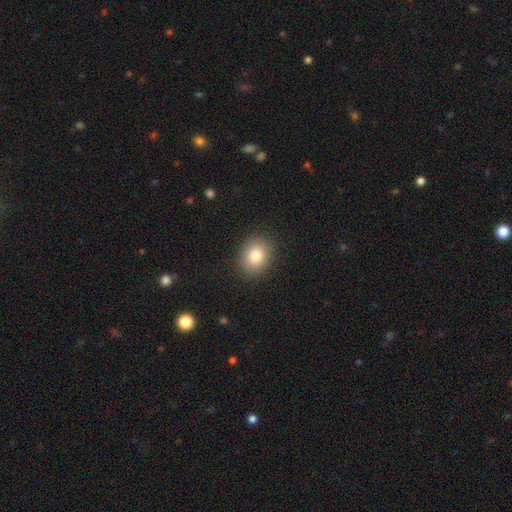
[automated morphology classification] Overall: smooth (84%). How rounded: round (51%; in between 49%). Merging: none (89%).